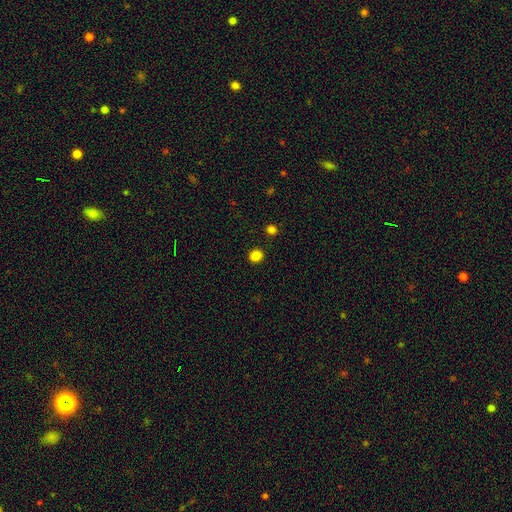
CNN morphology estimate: Smooth or featured? Predicted: smooth (p=0.85). How rounded? Predicted: round (p=0.83). Merging? Predicted: none (p=0.91).